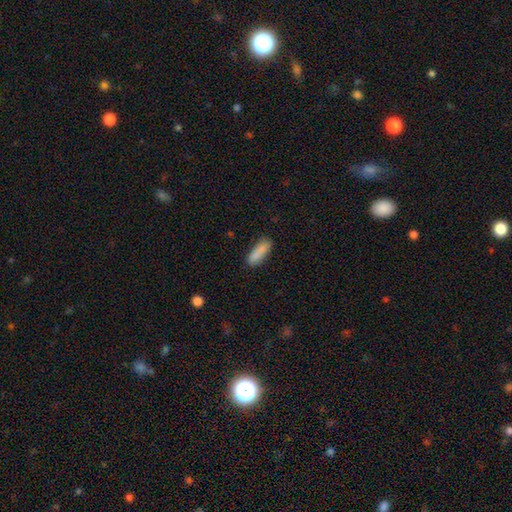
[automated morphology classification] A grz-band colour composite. It shows a smooth galaxy with no disk features (87%) that is in between round and cigar-shaped (51%). Merging: none (81%).